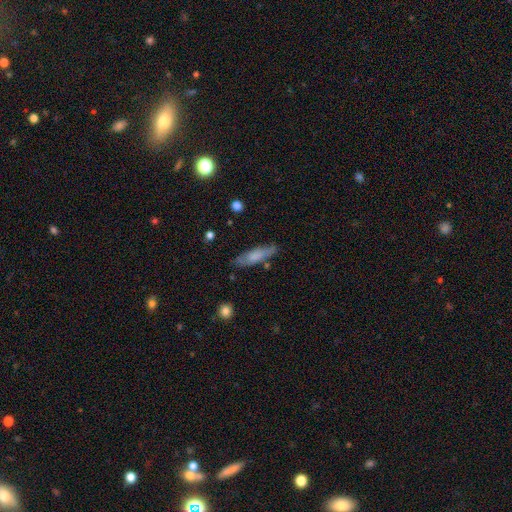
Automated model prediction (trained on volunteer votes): smooth_or_featured: smooth (p=0.70) [alt: featured or disk p=0.24]
how_rounded: cigar-shaped (p=0.72) [alt: in between p=0.26]
merging: none (p=0.77) [alt: minor disturbance p=0.17]